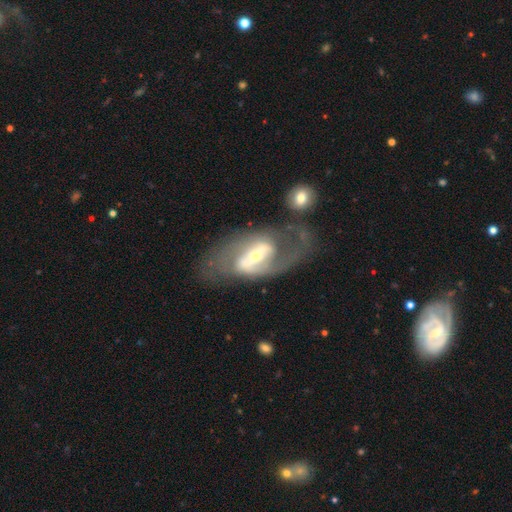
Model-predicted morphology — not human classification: Smooth or featured: featured or disk — 83% (smooth — 12%)
Edge-on disk: no — 93% (yes — 7%)
Bar: strong — 62% (weak — 25%)
Spiral arms: yes — 80% (no — 20%)
Spiral winding: medium — 45% (loose — 32%)
Spiral arm count: 2 — 77% (can't tell — 11%)
Bulge size: small — 56% (moderate — 36%)
Merging: none — 54% (major disturbance — 21%)